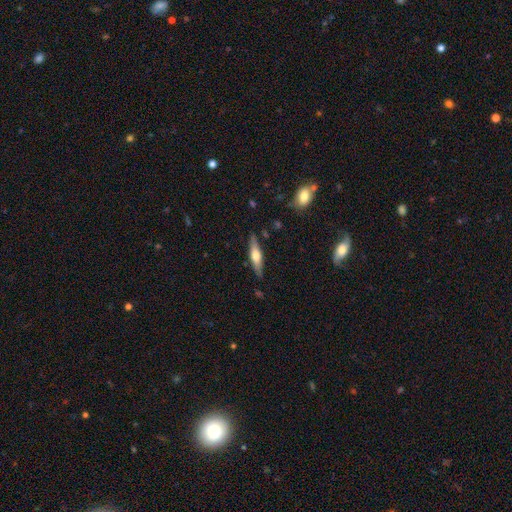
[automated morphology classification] The model was most divided on "smooth or featured": featured or disk: 50%, smooth: 45%, star or artifact: 6%. More confident: merging — none (85%).